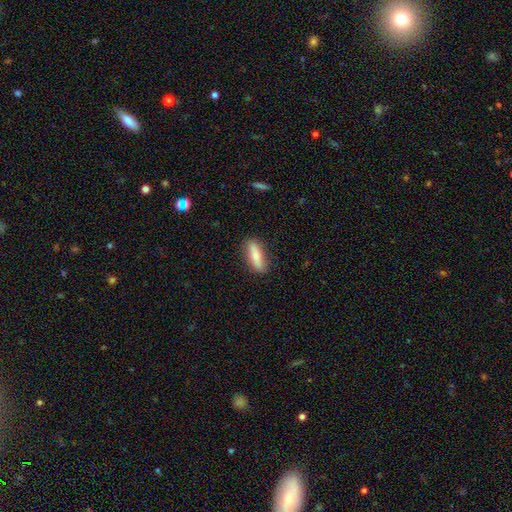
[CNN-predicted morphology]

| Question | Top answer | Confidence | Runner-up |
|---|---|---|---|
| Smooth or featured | smooth | 69% | featured or disk (25%) |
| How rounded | cigar-shaped | 58% | in between (40%) |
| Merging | none | 86% | minor disturbance (11%) |